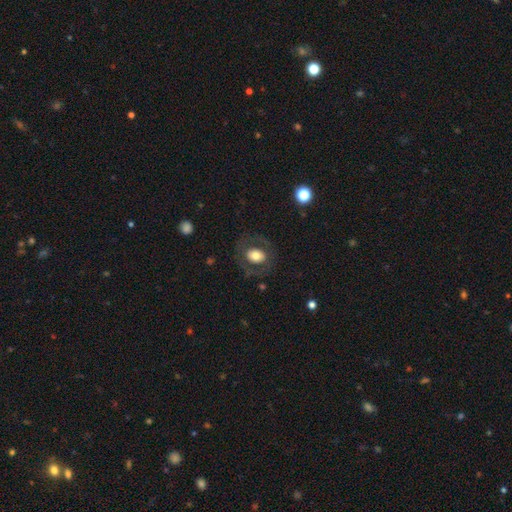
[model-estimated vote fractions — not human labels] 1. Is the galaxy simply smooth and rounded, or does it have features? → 60% smooth, 33% featured or disk, 8% star or artifact.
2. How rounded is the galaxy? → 51% in between, 48% round, 1% cigar-shaped.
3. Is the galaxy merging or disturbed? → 77% none, 12% minor disturbance, 10% major disturbance, 1% merger.